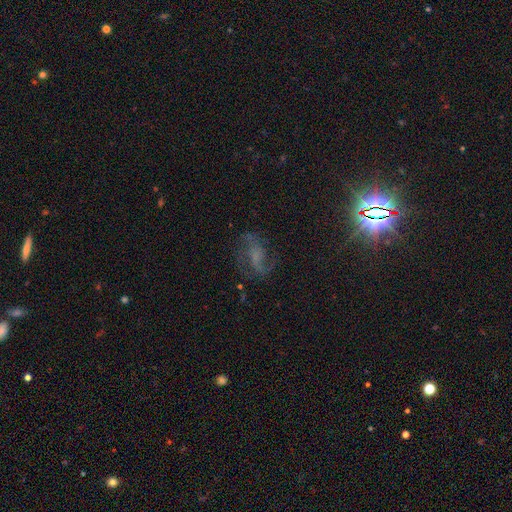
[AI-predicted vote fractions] smooth_or_featured: featured or disk (p=0.66) [alt: star or artifact p=0.21]
disk_edge_on: no (p=0.96) [alt: yes p=0.04]
bar: no (p=0.45) [alt: weak p=0.41]
has_spiral_arms: yes (p=0.91) [alt: no p=0.09]
spiral_winding: loose (p=0.44) [tied with: medium p=0.44]
spiral_arm_count: 2 (p=0.68) [alt: can't tell p=0.13]
bulge_size: none (p=0.45) [alt: small p=0.29]
merging: none (p=0.63) [alt: major disturbance p=0.18]